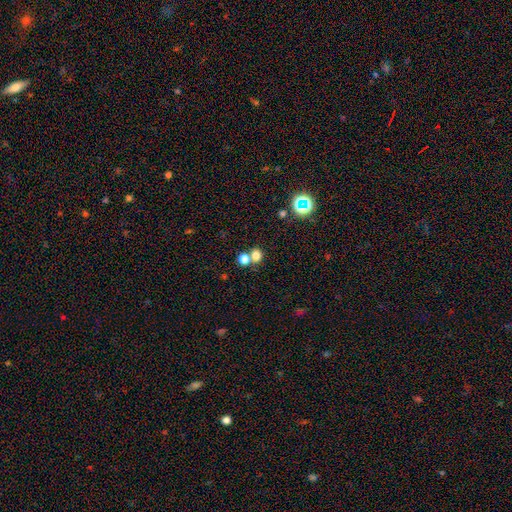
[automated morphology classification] A smooth galaxy with no disk features (74%) that is round (76%).

Vote fractions:
- Smooth or featured? smooth: 74% / star or artifact: 18% / featured or disk: 8%
- How rounded? round: 76% / in between: 23% / cigar-shaped: 1%
- Merging? none: 54% / merger: 36% / minor disturbance: 7% / major disturbance: 3%